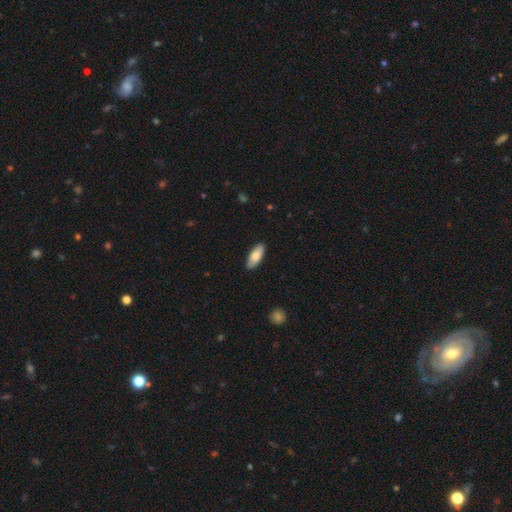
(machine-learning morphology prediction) smooth_or_featured: smooth (p=0.79) [alt: featured or disk p=0.16]
how_rounded: in between (p=0.77) [alt: cigar-shaped p=0.21]
merging: none (p=0.88) [alt: minor disturbance p=0.10]